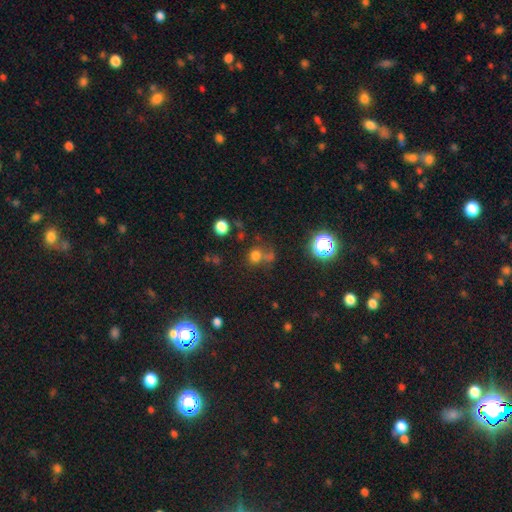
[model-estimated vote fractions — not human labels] smooth 65%, star or artifact 26%, featured or disk 9%. Down the decision tree: how rounded — round (77%); merging — none (52%).